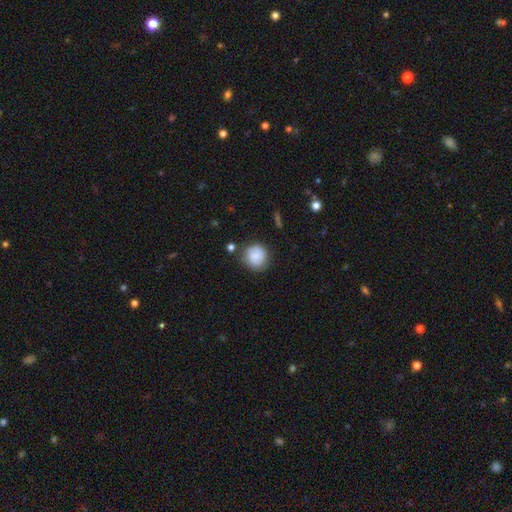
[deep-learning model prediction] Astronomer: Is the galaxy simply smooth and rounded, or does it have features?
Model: smooth — 82%.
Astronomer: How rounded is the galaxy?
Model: round — 89%.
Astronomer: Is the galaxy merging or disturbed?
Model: none — 75%.